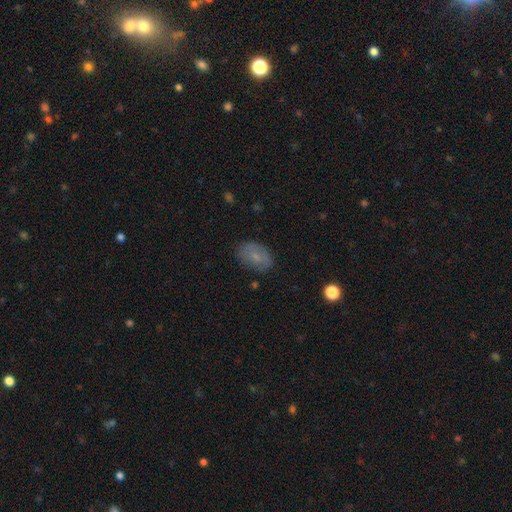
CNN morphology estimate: Smooth or featured?
  - smooth: 67% *
  - featured or disk: 23%
  - star or artifact: 10%
How rounded?
  - in between: 84% *
  - round: 14%
  - cigar-shaped: 1%
Merging?
  - none: 74% *
  - minor disturbance: 18%
  - major disturbance: 5%
  - merger: 2%